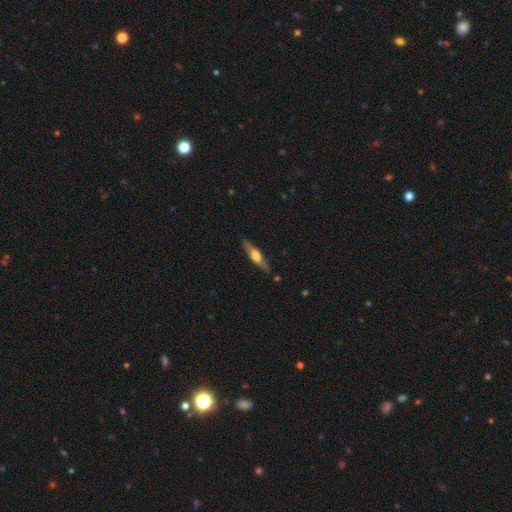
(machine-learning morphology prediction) A featured or disk galaxy (61%) viewed edge-on (93%) with a rounded central bulge (85%). Merging: none (85%).